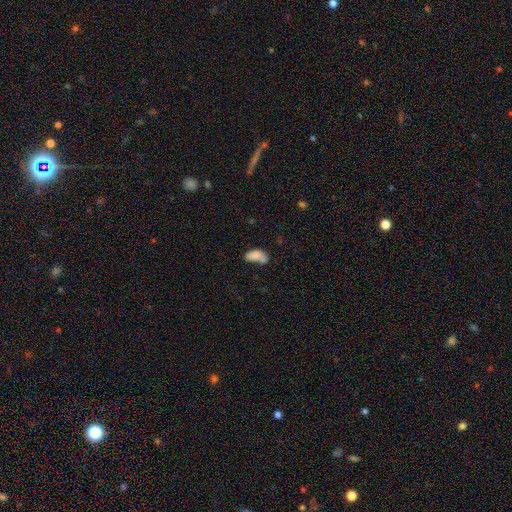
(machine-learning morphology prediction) Smooth or featured? Predicted: smooth (p=0.80). How rounded? Predicted: in between (p=0.91). Merging? Predicted: none (p=0.36).